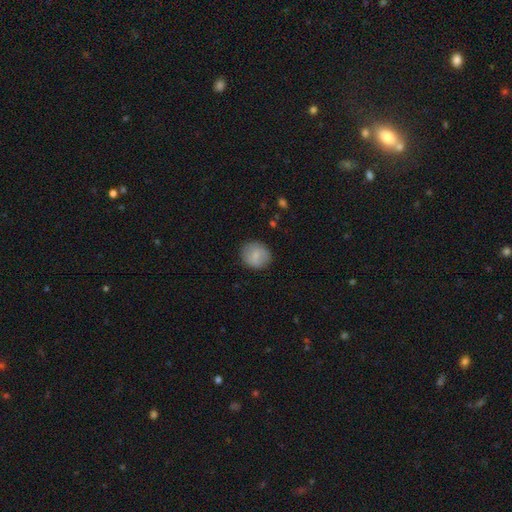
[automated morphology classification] Overall: smooth (76%). How rounded: round (83%). Merging: none (86%).